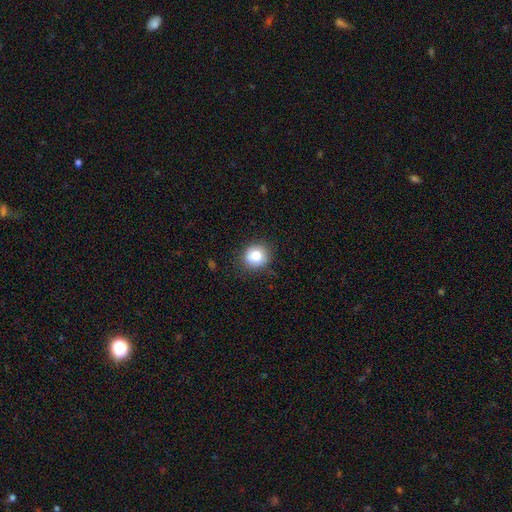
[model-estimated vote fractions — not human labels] A smooth galaxy with no disk features (79%) that is round (87%).

Vote fractions:
- Smooth or featured? smooth: 79% / star or artifact: 11% / featured or disk: 10%
- How rounded? round: 87% / in between: 12% / cigar-shaped: 1%
- Merging? none: 85% / minor disturbance: 11% / major disturbance: 3% / merger: 1%